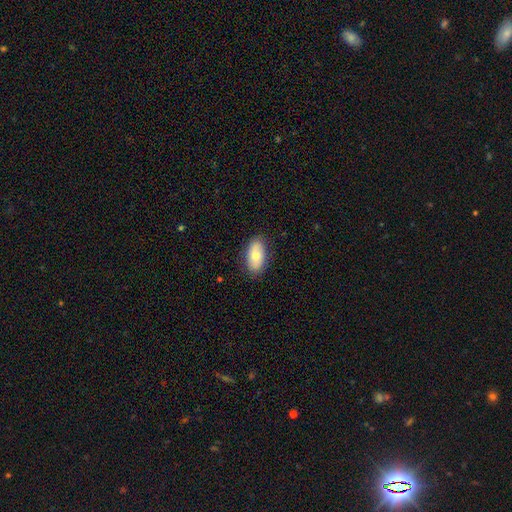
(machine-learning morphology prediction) Smooth or featured: smooth — 71% (featured or disk — 23%)
How rounded: in between — 93% (round — 4%)
Merging: none — 84% (minor disturbance — 12%)